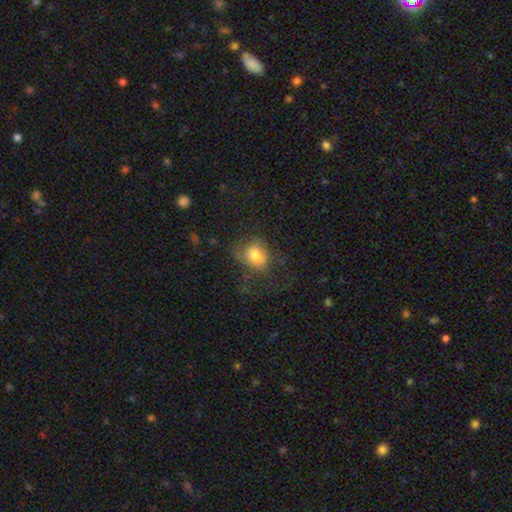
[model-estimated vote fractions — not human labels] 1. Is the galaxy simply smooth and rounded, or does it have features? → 69% smooth, 21% featured or disk, 10% star or artifact.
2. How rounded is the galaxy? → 50% round, 49% in between, 1% cigar-shaped.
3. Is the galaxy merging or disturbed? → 43% none, 32% major disturbance, 23% minor disturbance, 2% merger.